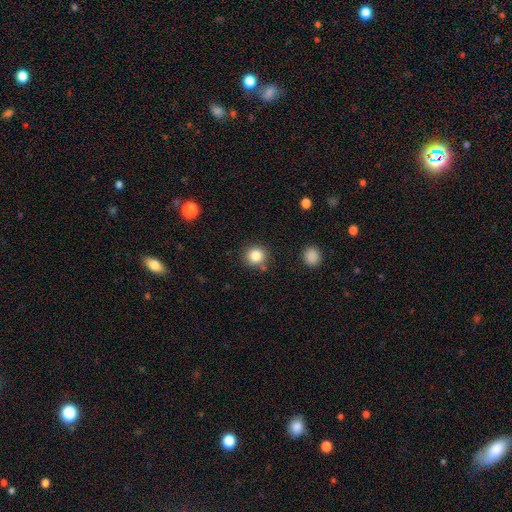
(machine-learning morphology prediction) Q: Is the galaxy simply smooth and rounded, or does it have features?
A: smooth — 85%.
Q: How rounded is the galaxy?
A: round — 90%.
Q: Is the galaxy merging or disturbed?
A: none — 83%.